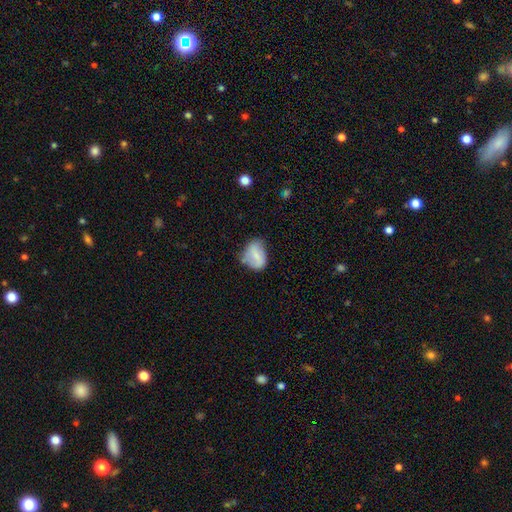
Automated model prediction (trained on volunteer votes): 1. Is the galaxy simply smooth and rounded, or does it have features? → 62% smooth, 30% featured or disk, 8% star or artifact.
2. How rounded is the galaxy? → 61% in between, 38% round, 1% cigar-shaped.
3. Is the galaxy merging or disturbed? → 47% none, 36% minor disturbance, 12% major disturbance, 5% merger.